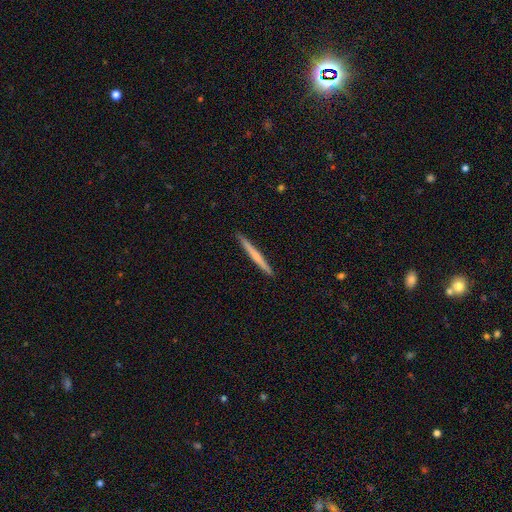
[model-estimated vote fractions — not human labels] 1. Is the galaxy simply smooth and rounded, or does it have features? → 54% smooth, 41% featured or disk, 5% star or artifact.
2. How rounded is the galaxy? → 97% cigar-shaped, 2% in between, 1% round.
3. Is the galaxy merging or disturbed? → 92% none, 5% minor disturbance, 1% major disturbance, 1% merger.